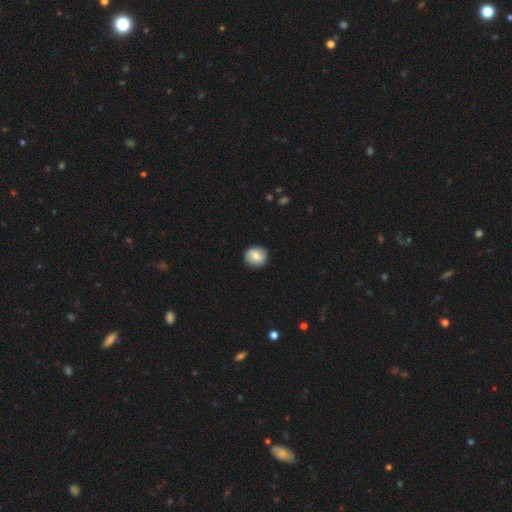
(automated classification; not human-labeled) Overall: smooth (71%). How rounded: round (85%). Merging: none (88%).